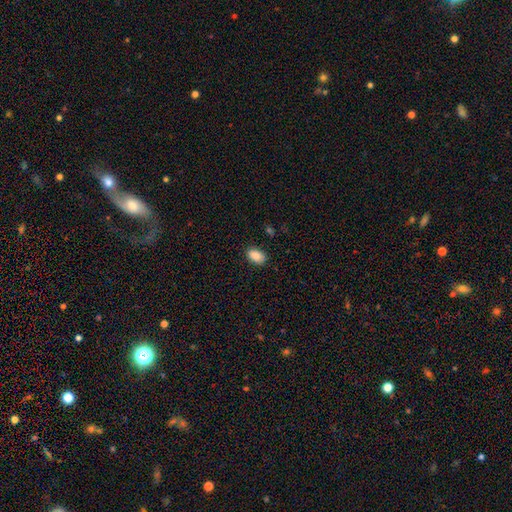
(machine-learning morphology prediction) A smooth galaxy with no disk features (89%) that is in between round and cigar-shaped (89%).

Vote fractions:
- Smooth or featured? smooth: 89% / star or artifact: 8% / featured or disk: 4%
- How rounded? in between: 89% / round: 9% / cigar-shaped: 1%
- Merging? none: 87% / minor disturbance: 10% / major disturbance: 2% / merger: 1%